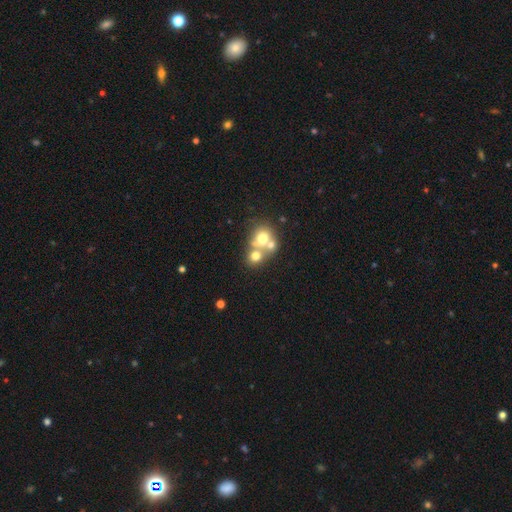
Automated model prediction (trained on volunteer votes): Smooth or featured?
  - smooth: 63% *
  - featured or disk: 24%
  - star or artifact: 14%
How rounded?
  - round: 74% *
  - in between: 25%
  - cigar-shaped: 1%
Merging?
  - merger: 58% *
  - none: 32%
  - minor disturbance: 6%
  - major disturbance: 4%